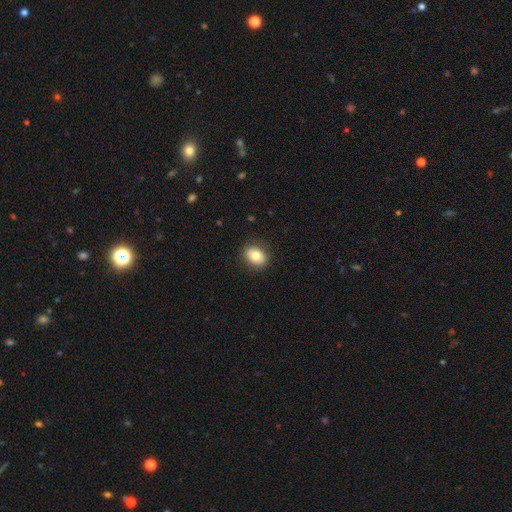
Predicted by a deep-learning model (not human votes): The model was most divided on "how rounded": in between: 61%, round: 38%, cigar-shaped: 1%. More confident: merging — none (85%); smooth or featured — smooth (79%).